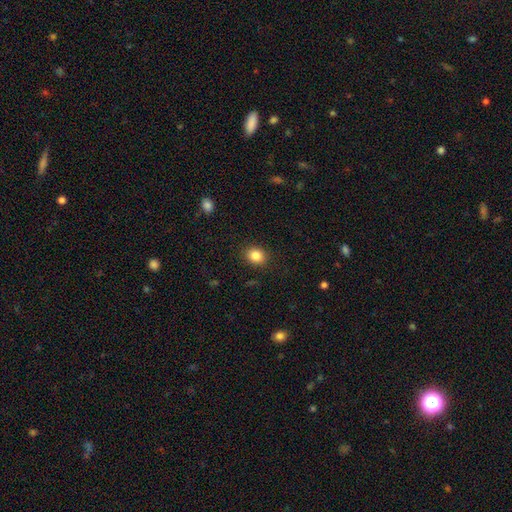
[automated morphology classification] Smooth or featured?
  - smooth: 85% *
  - star or artifact: 10%
  - featured or disk: 5%
How rounded?
  - round: 65% *
  - in between: 34%
  - cigar-shaped: 1%
Merging?
  - none: 89% *
  - minor disturbance: 8%
  - major disturbance: 2%
  - merger: 1%